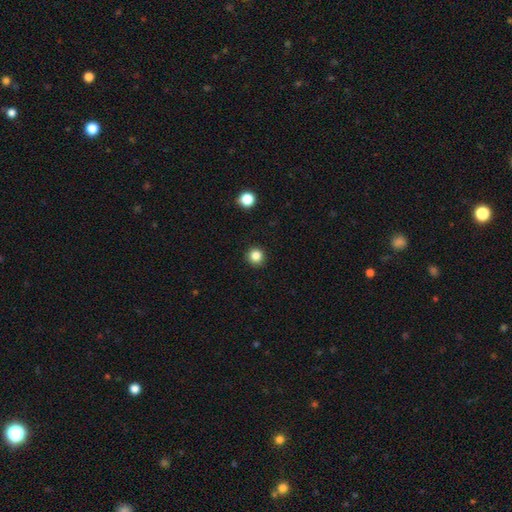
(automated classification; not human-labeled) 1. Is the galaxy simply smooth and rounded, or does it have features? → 84% smooth, 12% star or artifact, 4% featured or disk.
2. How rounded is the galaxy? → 94% round, 5% in between, 1% cigar-shaped.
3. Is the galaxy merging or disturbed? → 92% none, 5% minor disturbance, 2% major disturbance, 1% merger.